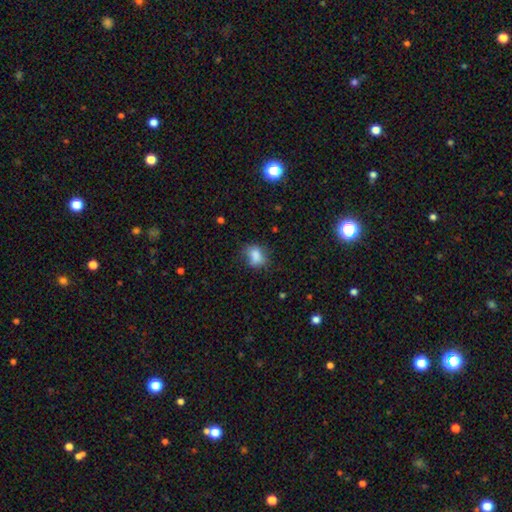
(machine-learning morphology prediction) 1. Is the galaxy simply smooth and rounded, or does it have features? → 79% smooth, 11% featured or disk, 10% star or artifact.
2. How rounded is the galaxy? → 65% in between, 33% round, 2% cigar-shaped.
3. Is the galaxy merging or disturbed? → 52% none, 30% minor disturbance, 12% major disturbance, 6% merger.